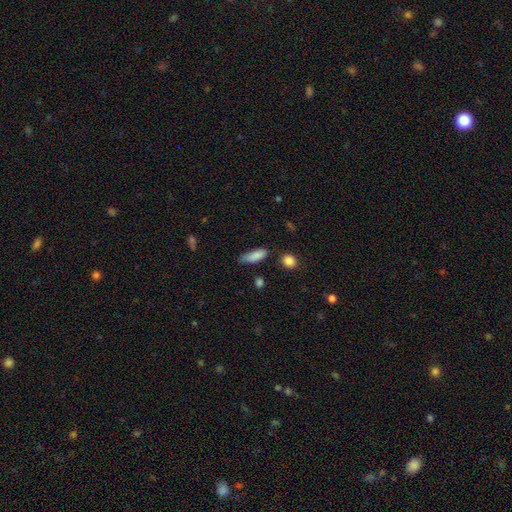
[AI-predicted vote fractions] Smooth or featured?
  - smooth: 85% *
  - featured or disk: 8%
  - star or artifact: 7%
How rounded?
  - in between: 66% *
  - cigar-shaped: 32%
  - round: 3%
Merging?
  - none: 54% *
  - minor disturbance: 36%
  - major disturbance: 8%
  - merger: 3%